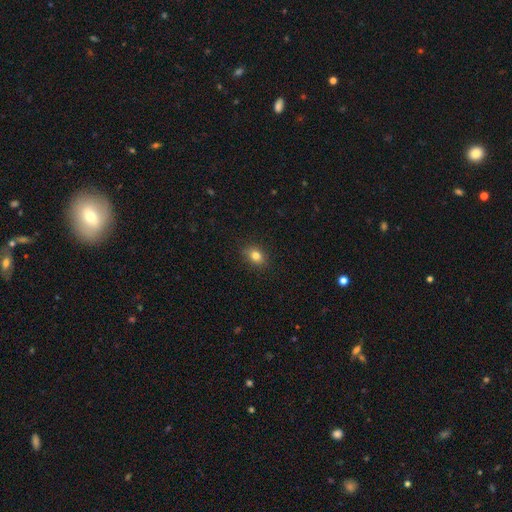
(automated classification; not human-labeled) Morphology: type=smooth (80%); roundness=in between (52%); merging=none (87%).